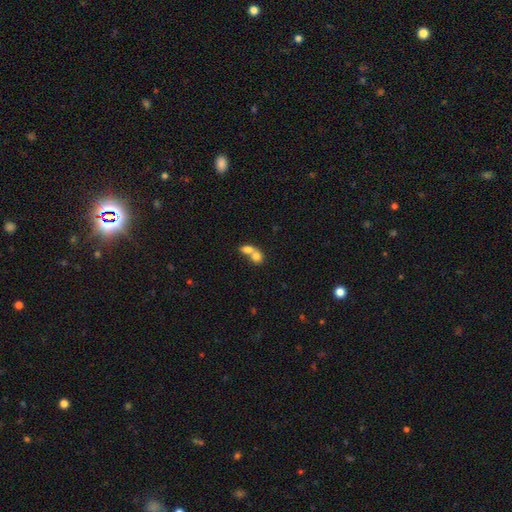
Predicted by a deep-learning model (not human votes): Smooth or featured? smooth (75%)
How rounded? in between (50%)
Merging? merger (76%)